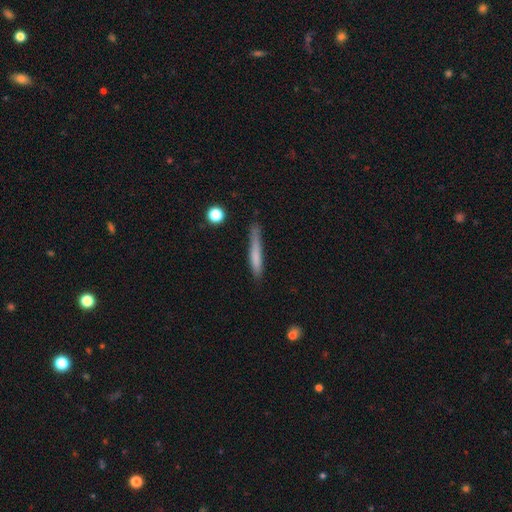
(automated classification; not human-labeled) This appears to be a smooth galaxy with no disk features (71%) that is cigar-shaped (94%). Merging: none (72%).